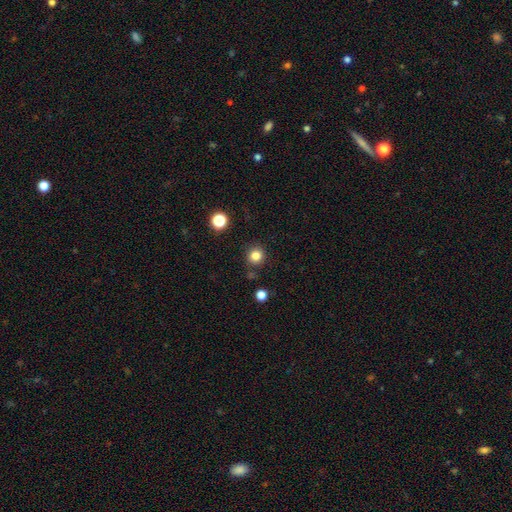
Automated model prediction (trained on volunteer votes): smooth 82%, star or artifact 13%, featured or disk 5%. Down the decision tree: how rounded — round (93%); merging — none (87%).